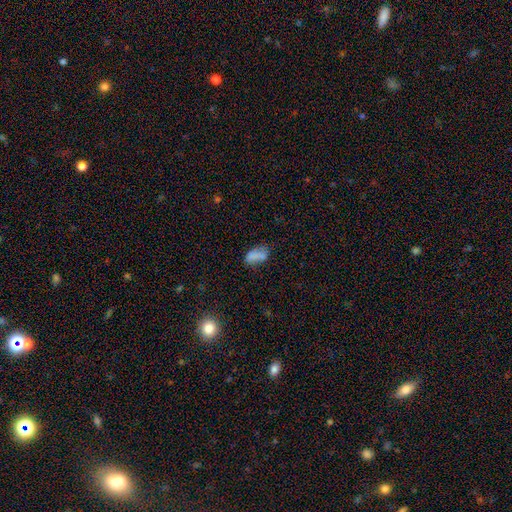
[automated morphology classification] This is likely a smooth galaxy (74%). How rounded: clearly in between (89%). Merging: possibly none (52%).